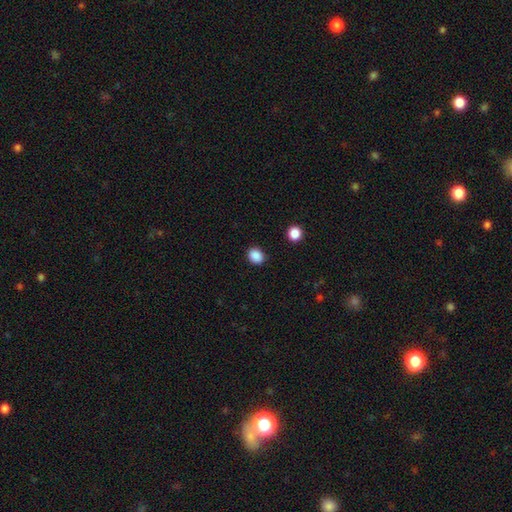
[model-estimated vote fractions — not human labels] This is clearly a smooth galaxy (88%). How rounded: possibly round (54%). Merging: clearly none (88%).